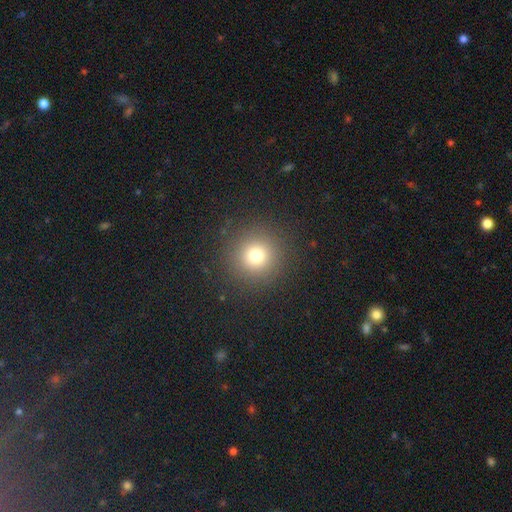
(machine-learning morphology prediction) type=smooth (74%); roundness=round (95%); merging=none (90%).